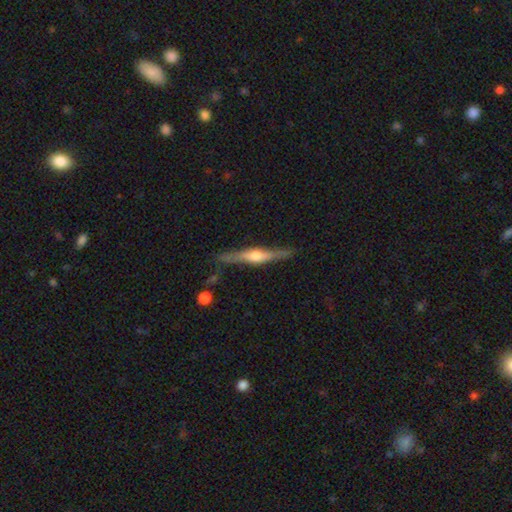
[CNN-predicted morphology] Smooth or featured? Predicted: featured or disk (p=0.76). Edge-on disk? Predicted: yes (p=0.97). Edge-on bulge? Predicted: rounded (p=0.87). Merging? Predicted: none (p=0.85).